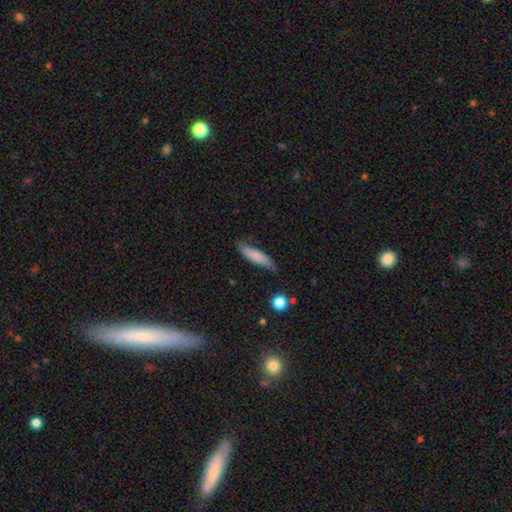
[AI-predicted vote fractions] Smooth or featured: smooth — 75% (featured or disk — 19%)
How rounded: cigar-shaped — 72% (in between — 26%)
Merging: none — 76% (minor disturbance — 19%)